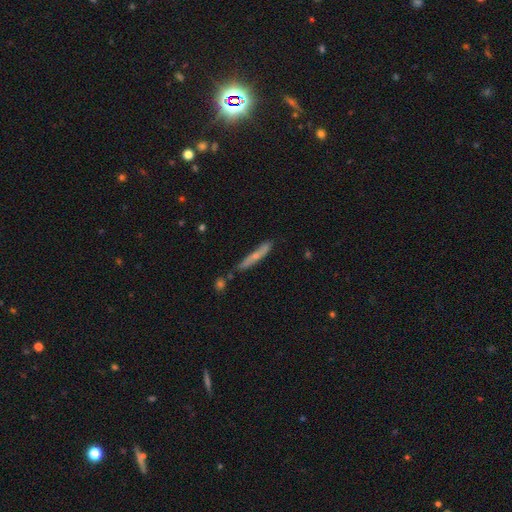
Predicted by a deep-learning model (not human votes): This appears to be a smooth galaxy with no disk features (52%) that is cigar-shaped (93%). Merging: none (69%).